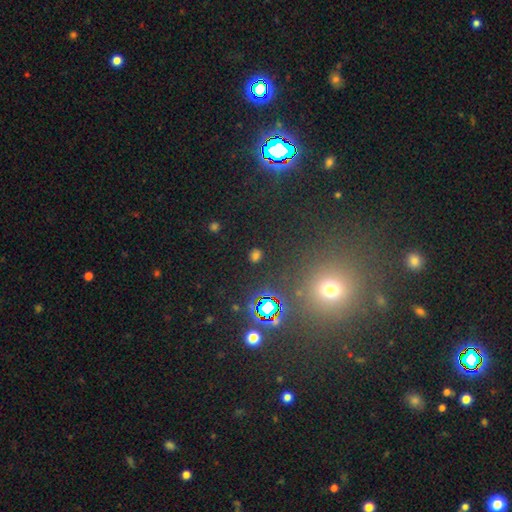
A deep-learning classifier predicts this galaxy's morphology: Smooth or featured? Predicted: smooth (p=0.56). How rounded? Predicted: round (p=0.66). Merging? Predicted: none (p=0.86).